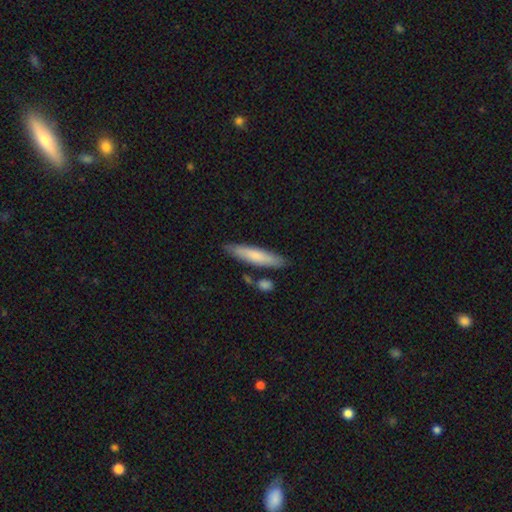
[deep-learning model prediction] Smooth or featured?
  - smooth: 74% *
  - featured or disk: 21%
  - star or artifact: 5%
How rounded?
  - cigar-shaped: 85% *
  - in between: 14%
  - round: 1%
Merging?
  - none: 79% *
  - minor disturbance: 12%
  - merger: 7%
  - major disturbance: 2%